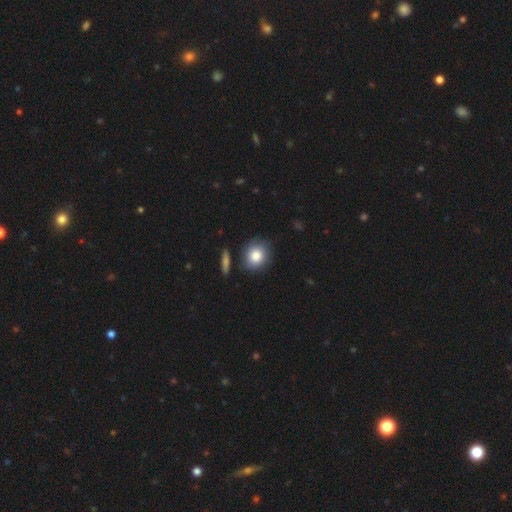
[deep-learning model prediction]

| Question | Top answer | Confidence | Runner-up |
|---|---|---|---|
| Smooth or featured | smooth | 82% | featured or disk (11%) |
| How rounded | round | 72% | in between (27%) |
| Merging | none | 78% | minor disturbance (15%) |